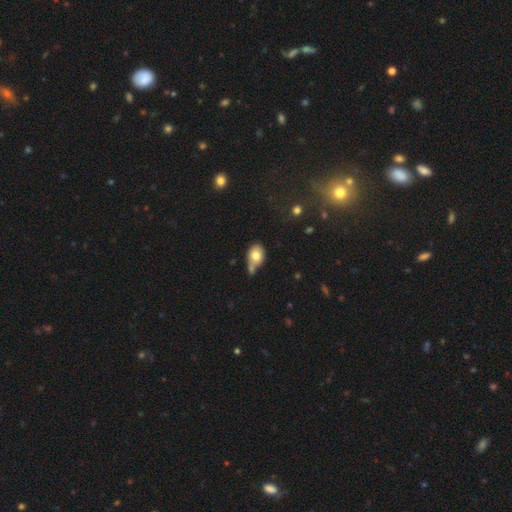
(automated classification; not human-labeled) This appears to be a smooth galaxy with no disk features (77%) that is in between round and cigar-shaped (71%). Merging: none (39%).